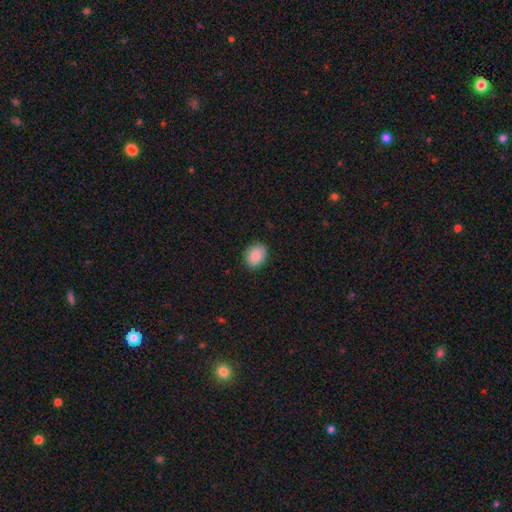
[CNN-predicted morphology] A smooth galaxy with no disk features (88%) that is in between round and cigar-shaped (50%). Merging: none (87%).